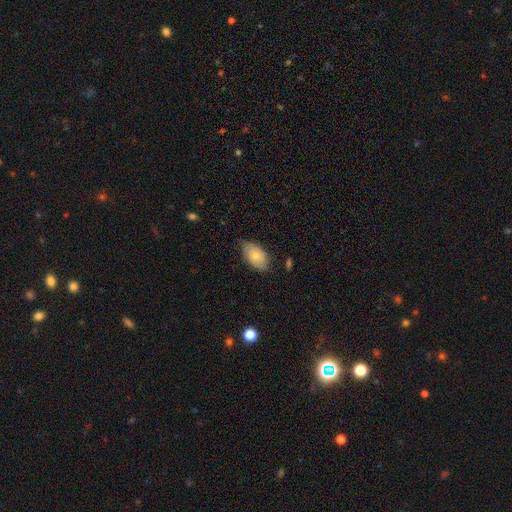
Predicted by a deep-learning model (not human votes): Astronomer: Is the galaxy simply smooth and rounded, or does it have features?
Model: smooth — 63%.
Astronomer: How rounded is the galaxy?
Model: in between — 92%.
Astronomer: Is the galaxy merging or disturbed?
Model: none — 70%.